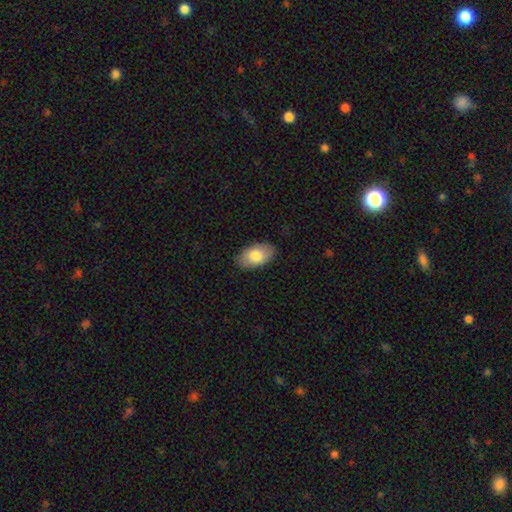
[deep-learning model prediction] Smooth or featured? Predicted: smooth (p=0.81). How rounded? Predicted: in between (p=0.94). Merging? Predicted: none (p=0.87).